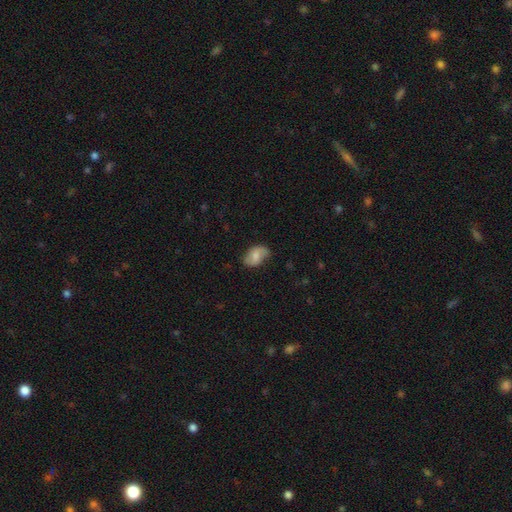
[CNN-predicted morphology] A smooth galaxy with no disk features (60%) that is in between round and cigar-shaped (87%).

Vote fractions:
- Smooth or featured? smooth: 60% / featured or disk: 32% / star or artifact: 8%
- How rounded? in between: 87% / round: 12% / cigar-shaped: 2%
- Merging? none: 65% / minor disturbance: 27% / major disturbance: 7% / merger: 1%